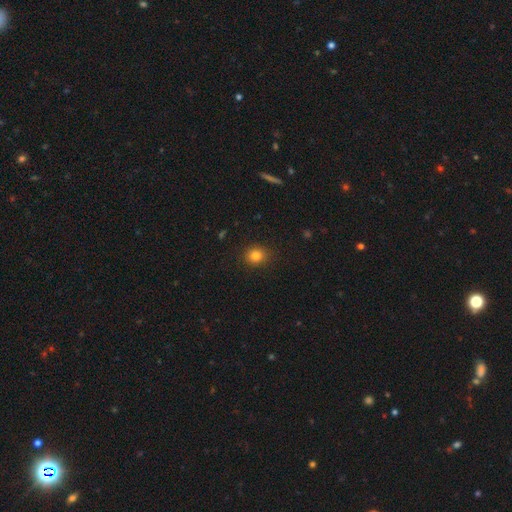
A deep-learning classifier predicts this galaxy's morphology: smooth 82%, star or artifact 12%, featured or disk 5%. Down the decision tree: how rounded — round (75%); merging — none (88%).